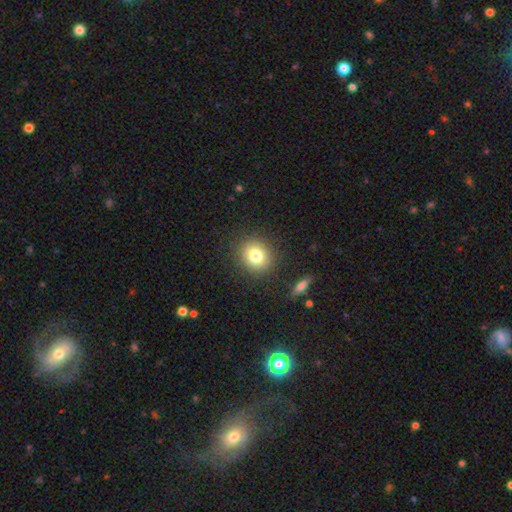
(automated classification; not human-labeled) This is likely a smooth galaxy (78%). How rounded: clearly round (81%). Merging: clearly none (87%).